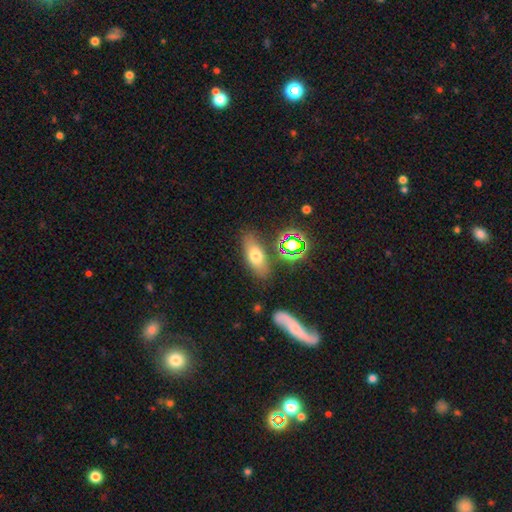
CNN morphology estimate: The model was most divided on "smooth or featured": smooth: 65%, featured or disk: 21%, star or artifact: 14%. More confident: merging — none (79%); how rounded — in between (75%).